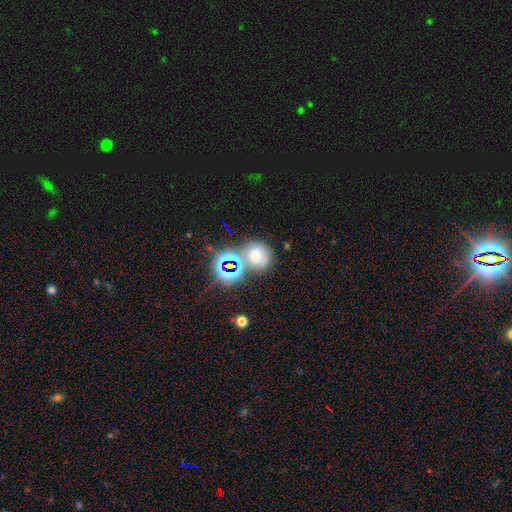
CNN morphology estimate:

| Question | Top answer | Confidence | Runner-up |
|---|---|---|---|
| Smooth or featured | smooth | 45% | star or artifact (37%) |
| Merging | none | 53% | merger (23%) |